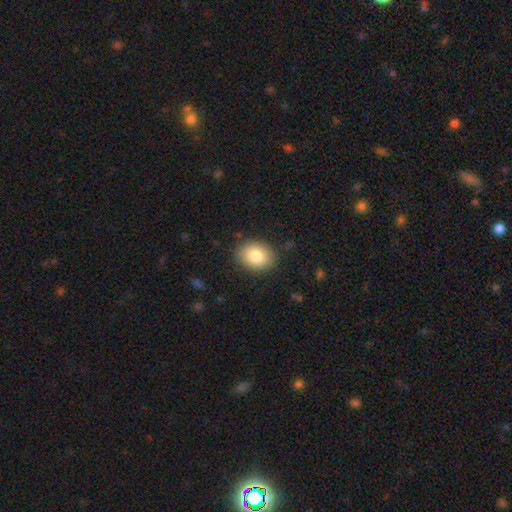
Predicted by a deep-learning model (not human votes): This is clearly a smooth galaxy (83%). How rounded: possibly in between (60%). Merging: clearly none (86%).